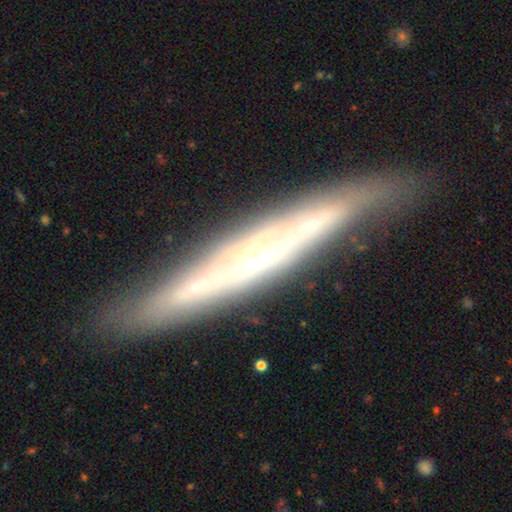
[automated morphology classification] Q: Smooth or featured?
A: featured or disk (77%); runner-up: smooth (16%)
Q: Edge-on disk?
A: yes (77%); runner-up: no (23%)
Q: Edge-on bulge?
A: rounded (51%); runner-up: none (42%)
Q: Merging?
A: none (81%); runner-up: minor disturbance (14%)